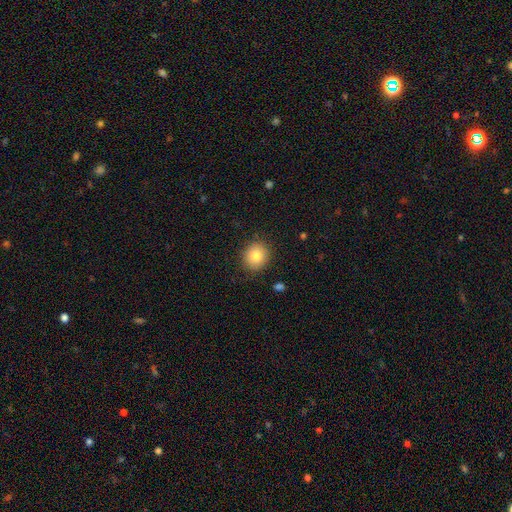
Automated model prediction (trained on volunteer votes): A smooth galaxy with no disk features (81%) that is round (83%). Merging: none (88%).